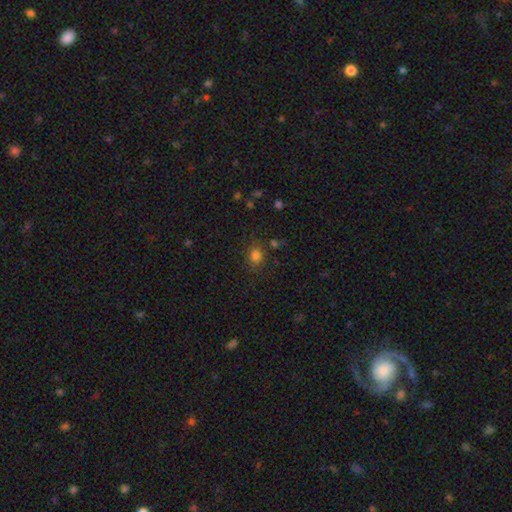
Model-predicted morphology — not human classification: The model was most divided on "how rounded": round: 54%, in between: 45%, cigar-shaped: 1%. More confident: smooth or featured — smooth (78%); merging — none (78%).